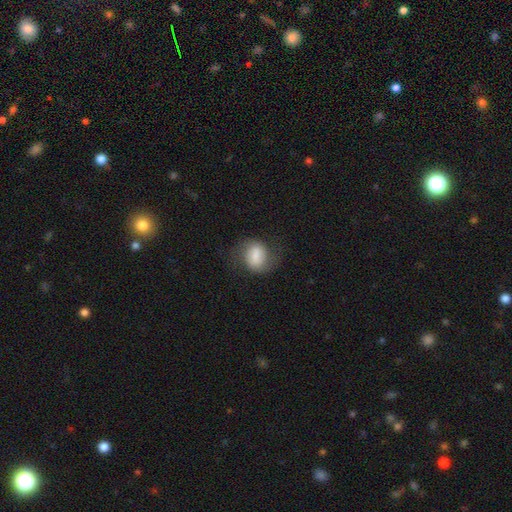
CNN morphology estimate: Smooth or featured: smooth — 67% (featured or disk — 25%)
How rounded: round — 50% (in between — 48%)
Merging: none — 65% (minor disturbance — 21%)